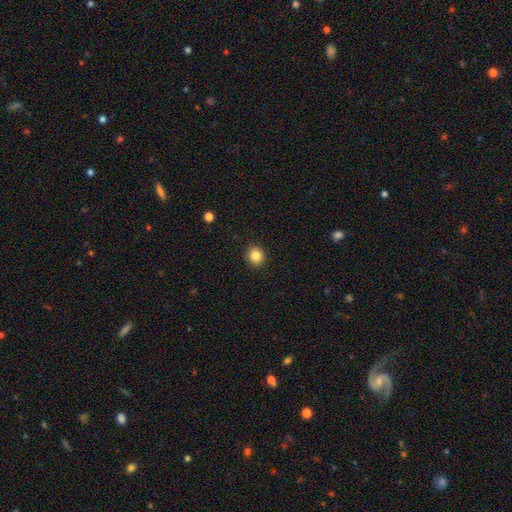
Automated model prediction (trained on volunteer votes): smooth_or_featured: smooth (p=0.85) [alt: star or artifact p=0.11]
how_rounded: round (p=0.87) [alt: in between p=0.12]
merging: none (p=0.92) [alt: minor disturbance p=0.05]